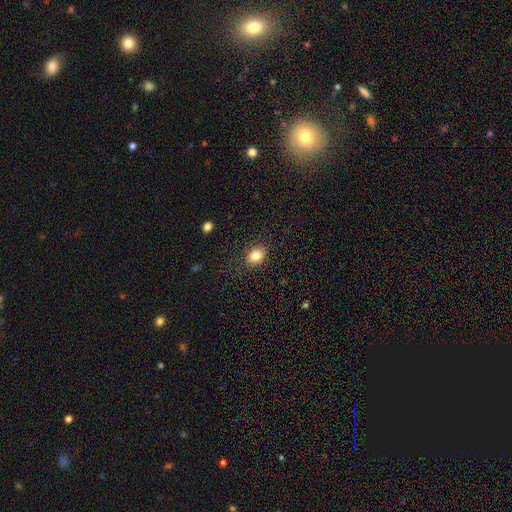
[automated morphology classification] smooth 82%, star or artifact 10%, featured or disk 8%. Down the decision tree: how rounded — in between (56%); merging — none (86%).